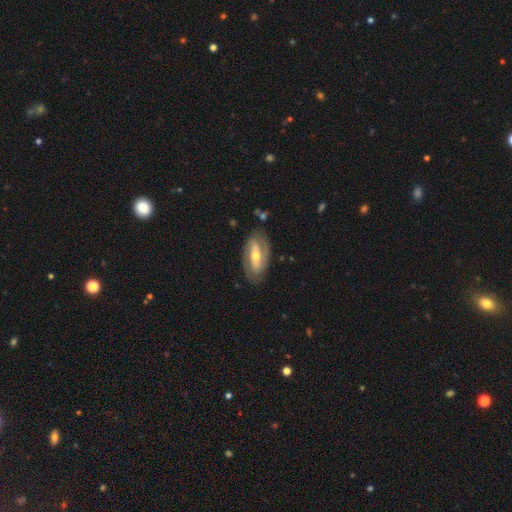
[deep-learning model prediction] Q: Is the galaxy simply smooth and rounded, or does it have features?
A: featured or disk — 77%.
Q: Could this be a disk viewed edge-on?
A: no — 92%.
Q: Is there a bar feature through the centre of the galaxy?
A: strong — 47%.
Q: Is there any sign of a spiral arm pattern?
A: yes — 83%.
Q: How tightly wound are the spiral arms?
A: medium — 41%.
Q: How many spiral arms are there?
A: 2 — 83%.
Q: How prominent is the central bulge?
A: moderate — 60%.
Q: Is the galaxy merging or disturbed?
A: none — 80%.